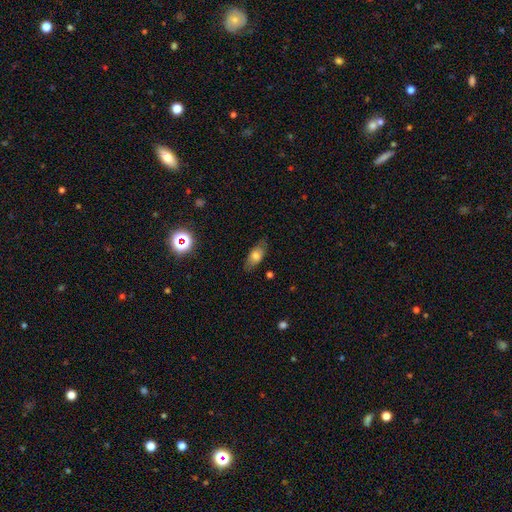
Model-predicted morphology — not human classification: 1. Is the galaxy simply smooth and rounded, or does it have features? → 65% smooth, 26% featured or disk, 9% star or artifact.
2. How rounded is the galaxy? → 83% in between, 12% cigar-shaped, 5% round.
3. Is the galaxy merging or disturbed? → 79% none, 16% minor disturbance, 4% major disturbance, 1% merger.